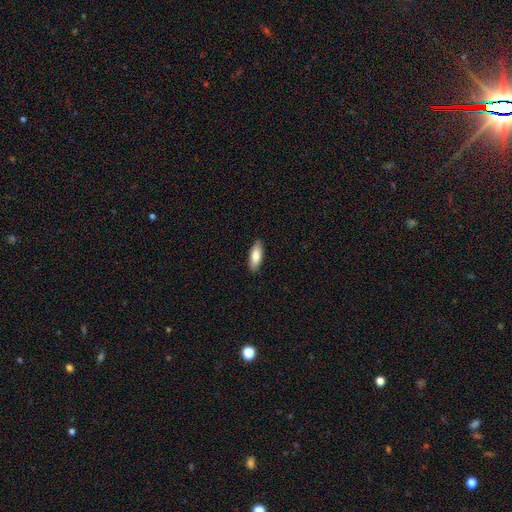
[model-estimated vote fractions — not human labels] This is likely a smooth galaxy (79%). How rounded: likely in between (70%). Merging: clearly none (88%).